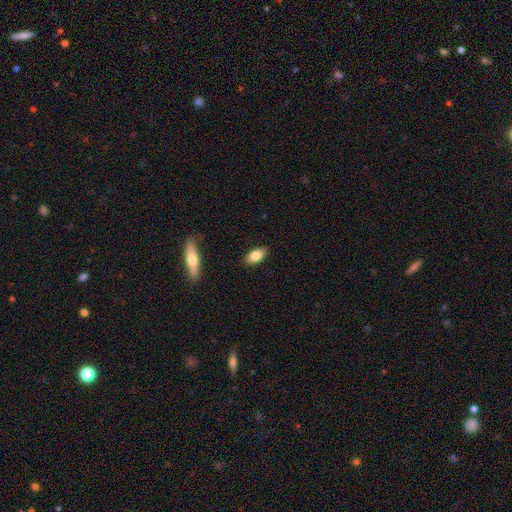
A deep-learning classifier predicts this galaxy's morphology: smooth 81%, featured or disk 12%, star or artifact 7%. Down the decision tree: how rounded — in between (88%); merging — none (87%).